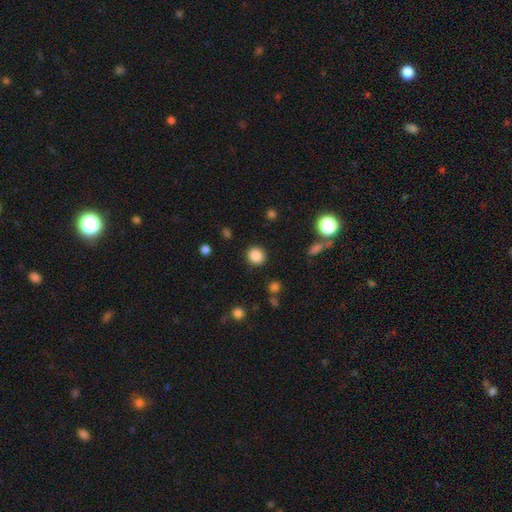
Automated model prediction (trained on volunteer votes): Morphology: type=smooth (86%); roundness=round (87%); merging=none (89%).